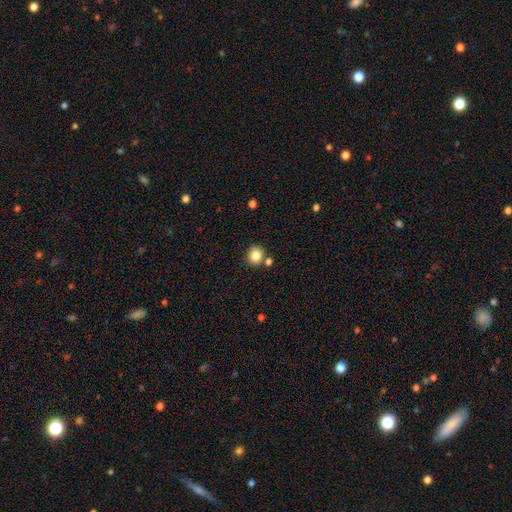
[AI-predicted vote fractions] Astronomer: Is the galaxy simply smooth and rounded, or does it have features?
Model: smooth — 84%.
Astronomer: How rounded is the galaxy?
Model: round — 82%.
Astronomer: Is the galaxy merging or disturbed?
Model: none — 77%.